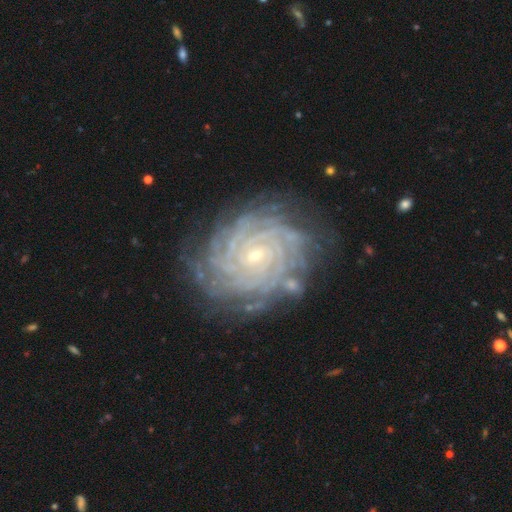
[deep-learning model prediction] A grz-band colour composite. It shows a featured or disk galaxy (91%) with no bar (61%), more than 4 (33%) tight (87%) spiral arms (98%) and a small central bulge (82%). Merging: none (80%).